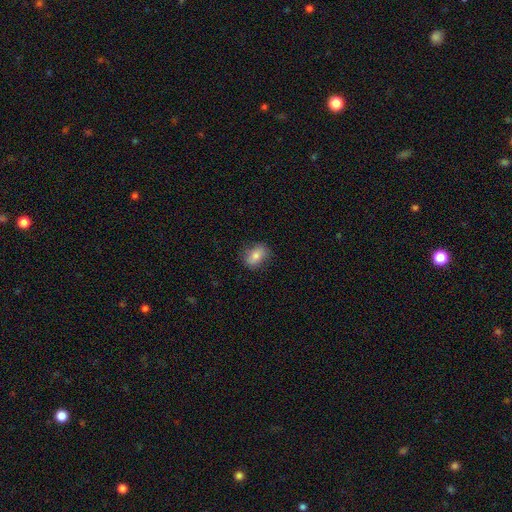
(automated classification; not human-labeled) Smooth or featured? Predicted: smooth (p=0.75). How rounded? Predicted: in between (p=0.76). Merging? Predicted: none (p=0.80).